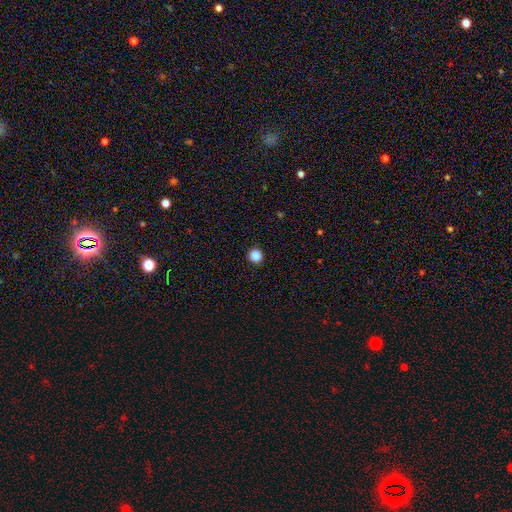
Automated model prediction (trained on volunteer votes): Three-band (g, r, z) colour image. It shows a smooth galaxy with no disk features (87%) that is round (95%). Merging: none (93%).